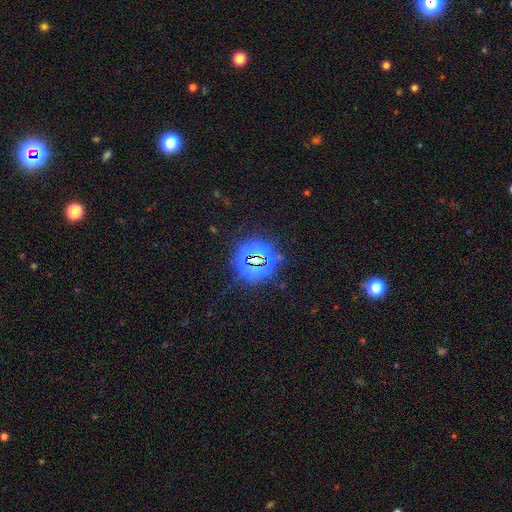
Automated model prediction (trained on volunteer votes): Smooth or featured?
  - star or artifact: 79% *
  - smooth: 14%
  - featured or disk: 8%